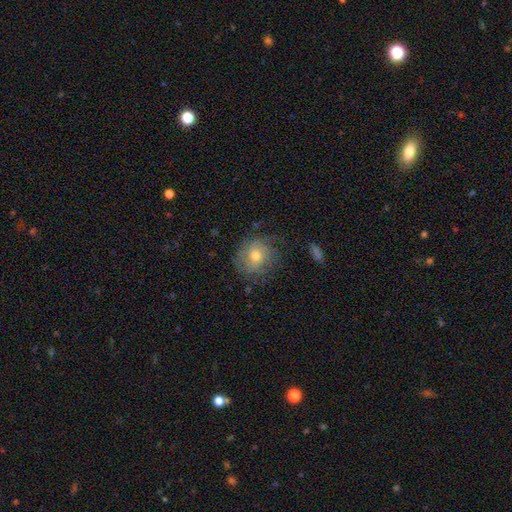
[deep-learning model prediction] A smooth galaxy with no disk features (50%) that is round (85%). Merging: none (68%).